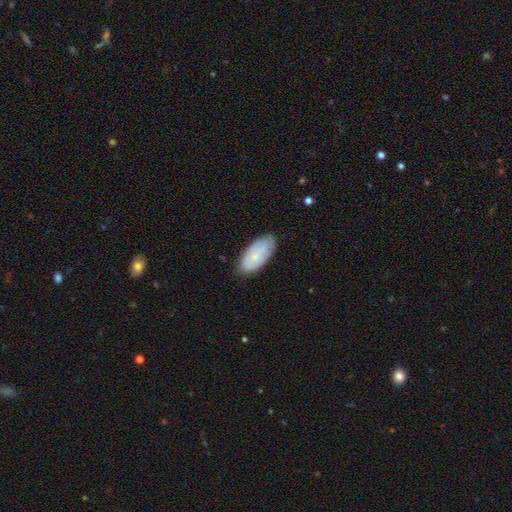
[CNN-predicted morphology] This appears to be a smooth galaxy with no disk features (72%) that is in between round and cigar-shaped (92%). Merging: none (81%).